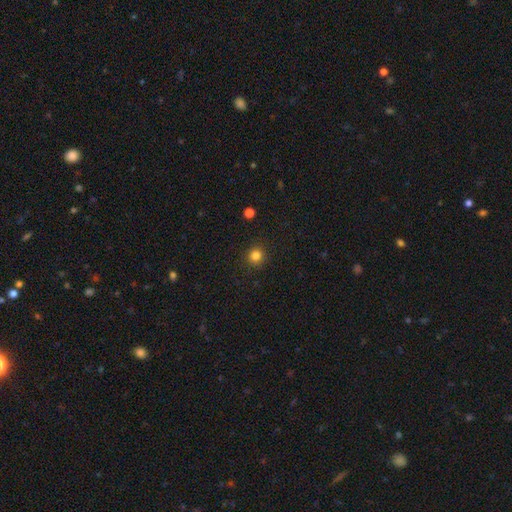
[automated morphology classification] This appears to be a smooth galaxy with no disk features (83%) that is round (92%). Merging: none (91%).